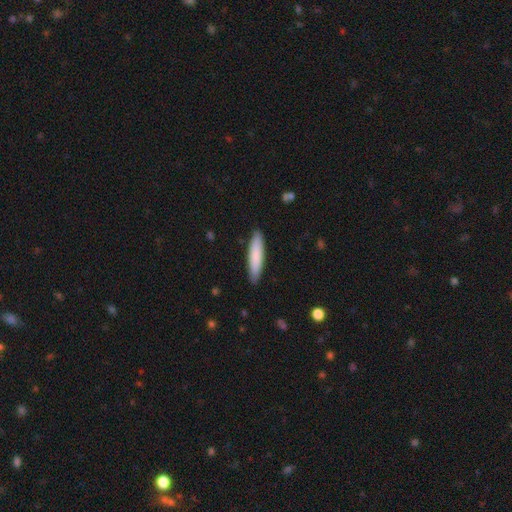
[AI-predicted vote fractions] Morphology: type=smooth (83%); roundness=cigar-shaped (81%); merging=none (89%).